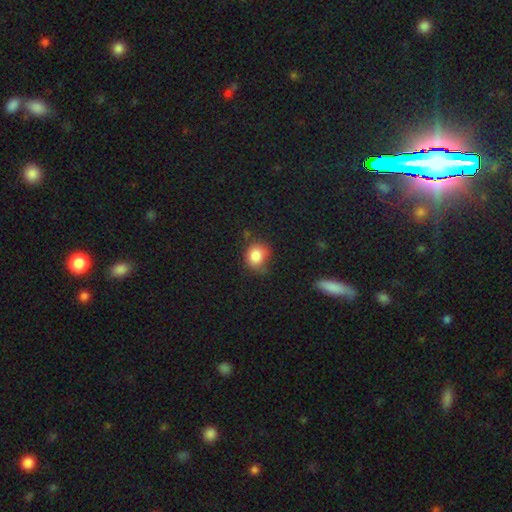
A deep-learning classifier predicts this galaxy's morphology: A smooth galaxy with no disk features (84%) that is round (64%). Merging: none (61%).